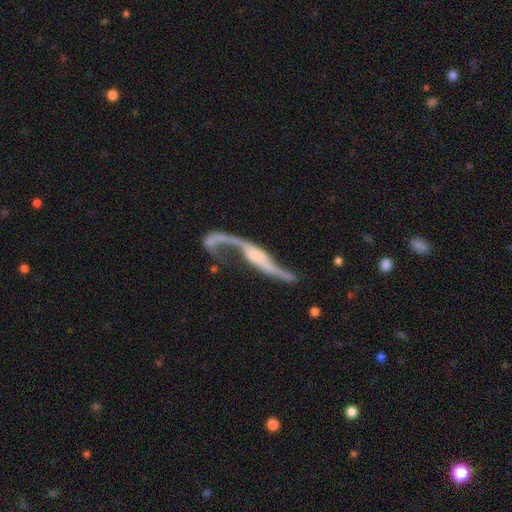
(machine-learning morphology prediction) smooth_or_featured: featured or disk (p=0.85) [alt: smooth p=0.09]
disk_edge_on: no (p=0.74) [alt: yes p=0.26]
bar: no (p=0.53) [alt: weak p=0.30]
has_spiral_arms: yes (p=0.90) [alt: no p=0.10]
spiral_winding: loose (p=0.93) [alt: medium p=0.05]
spiral_arm_count: 2 (p=0.86) [alt: 1 p=0.09]
bulge_size: none (p=0.36) [alt: small p=0.35]
merging: none (p=0.49) [alt: major disturbance p=0.23]